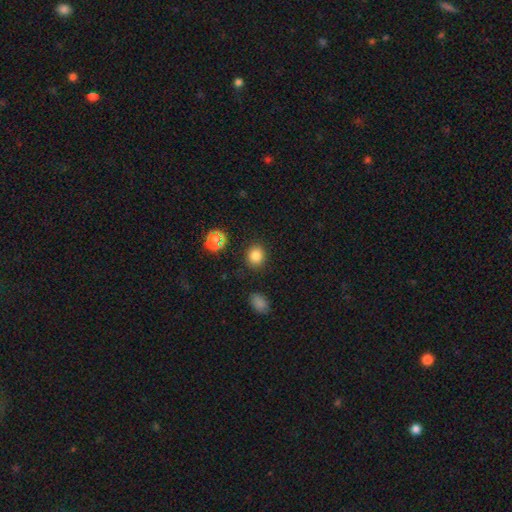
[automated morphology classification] Q: Smooth or featured?
A: smooth (83%); runner-up: star or artifact (13%)
Q: How rounded?
A: round (74%); runner-up: in between (25%)
Q: Merging?
A: none (87%); runner-up: minor disturbance (8%)